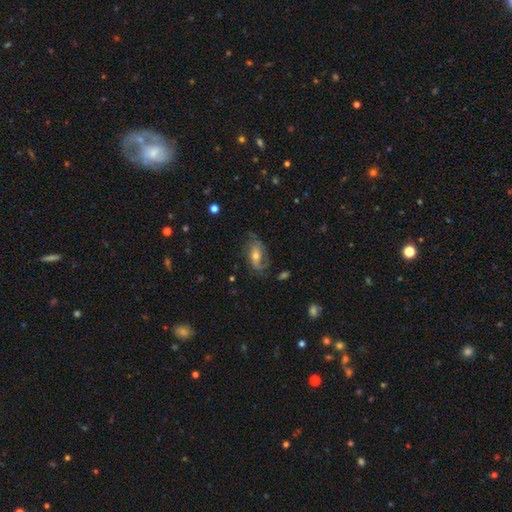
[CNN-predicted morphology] The model was most divided on "bar": no: 44%, weak: 34%, strong: 22%. More confident: edge-on disk — no (90%); spiral arms — yes (80%); smooth or featured — featured or disk (64%); merging — none (61%); bulge size — moderate (59%).